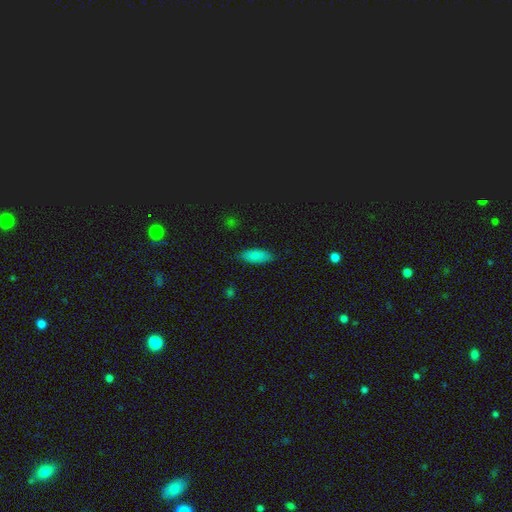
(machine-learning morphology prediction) type=smooth (86%); roundness=in between (82%); merging=none (83%).